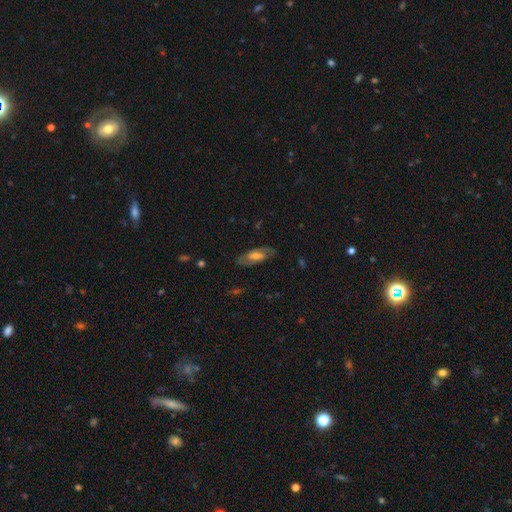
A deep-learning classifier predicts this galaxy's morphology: Smooth or featured? Predicted: featured or disk (p=0.61). Edge-on disk? Predicted: no (p=0.86). Bar? Predicted: weak (p=0.44). Spiral arms? Predicted: yes (p=0.76). Bulge size? Predicted: moderate (p=0.54). Merging? Predicted: none (p=0.80).